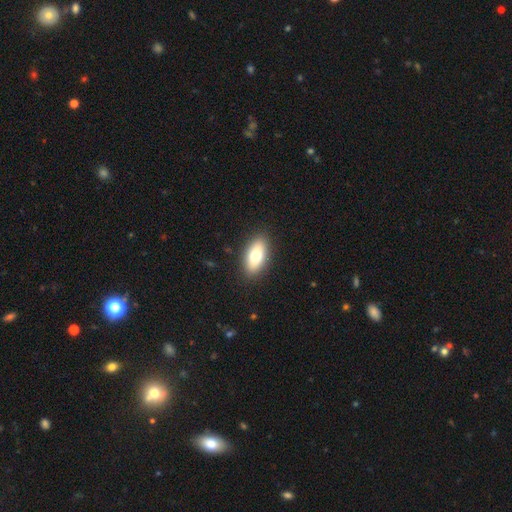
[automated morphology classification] A smooth galaxy with no disk features (74%) that is in between round and cigar-shaped (88%).

Vote fractions:
- Smooth or featured? smooth: 74% / featured or disk: 19% / star or artifact: 7%
- How rounded? in between: 88% / cigar-shaped: 8% / round: 4%
- Merging? none: 88% / minor disturbance: 8% / major disturbance: 2% / merger: 1%